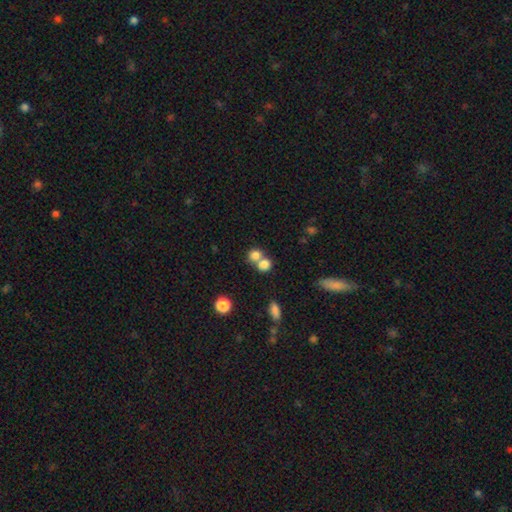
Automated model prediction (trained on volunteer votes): Smooth or featured? smooth (78%)
How rounded? round (74%)
Merging? merger (56%)